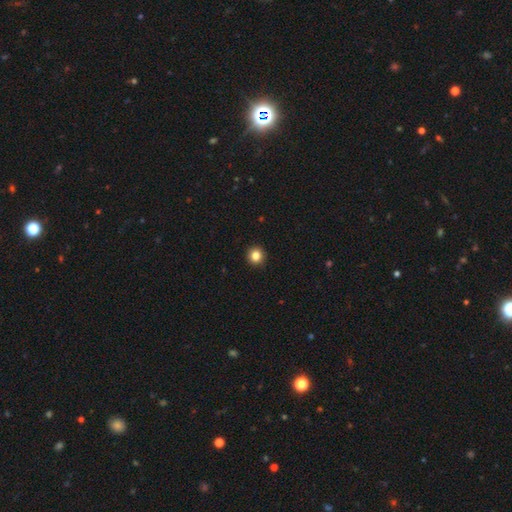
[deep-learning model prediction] Smooth or featured?
  - smooth: 83% *
  - star or artifact: 11%
  - featured or disk: 5%
How rounded?
  - round: 94% *
  - in between: 5%
  - cigar-shaped: 1%
Merging?
  - none: 93% *
  - minor disturbance: 5%
  - major disturbance: 1%
  - merger: 1%